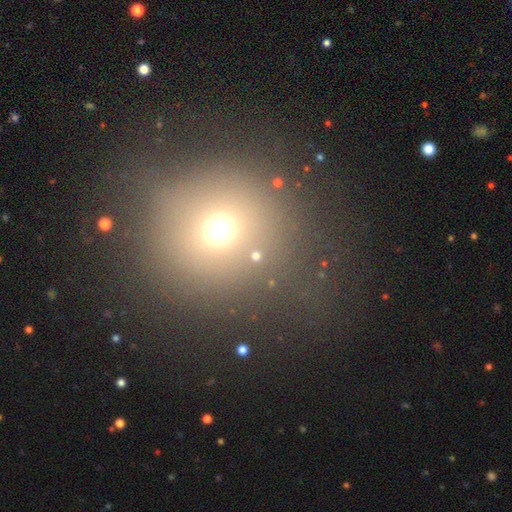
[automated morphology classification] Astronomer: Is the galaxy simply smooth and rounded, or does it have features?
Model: smooth — 57% (runner-up: star or artifact, 34%).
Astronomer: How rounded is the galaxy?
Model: round — 81%.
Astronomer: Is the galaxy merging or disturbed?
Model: none — 78%.